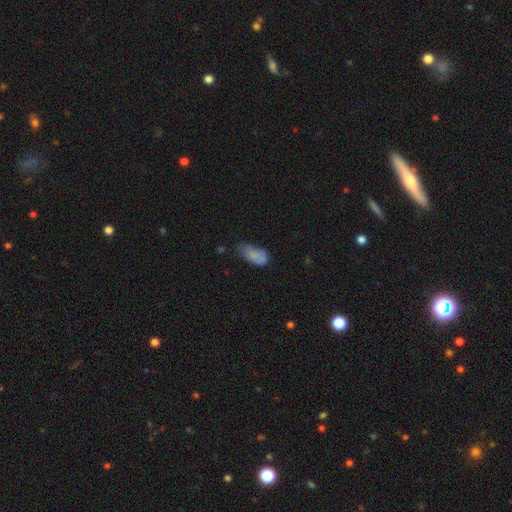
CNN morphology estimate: Overall: smooth (73%). How rounded: in between (90%). Merging: minor disturbance (37%; none 32%).